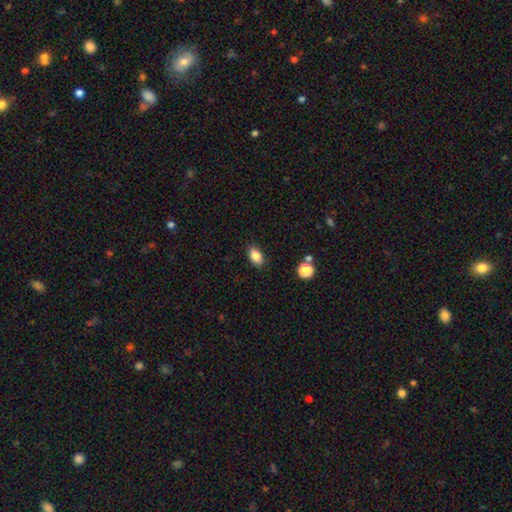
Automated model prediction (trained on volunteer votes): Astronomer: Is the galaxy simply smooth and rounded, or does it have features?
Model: smooth — 84%.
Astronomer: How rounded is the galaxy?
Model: in between — 85%.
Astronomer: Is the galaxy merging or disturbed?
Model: none — 87%.